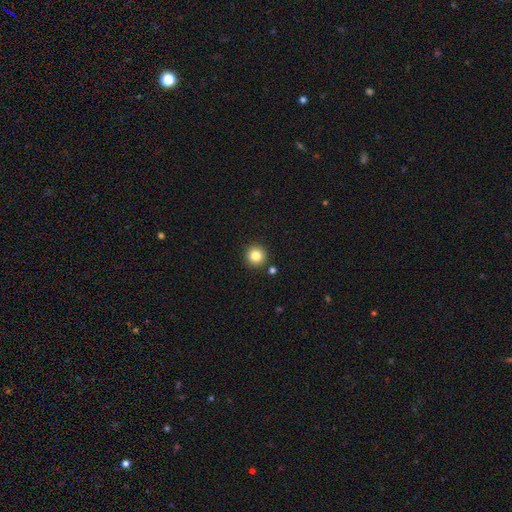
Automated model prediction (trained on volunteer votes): Morphology: type=smooth (83%); roundness=round (96%); merging=none (90%).